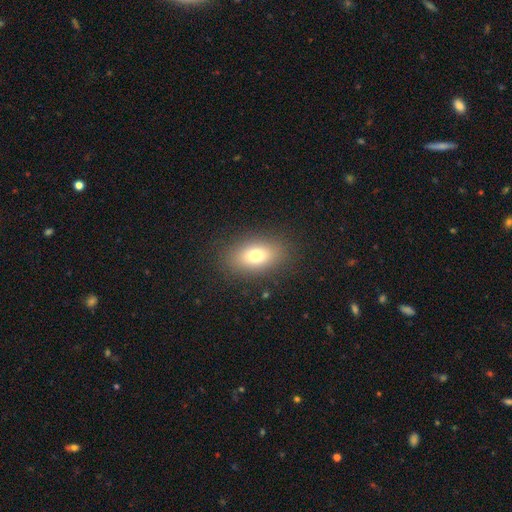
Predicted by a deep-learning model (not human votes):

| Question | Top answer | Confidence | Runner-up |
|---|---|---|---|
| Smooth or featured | smooth | 73% | featured or disk (14%) |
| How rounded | in between | 81% | round (16%) |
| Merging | none | 85% | minor disturbance (9%) |